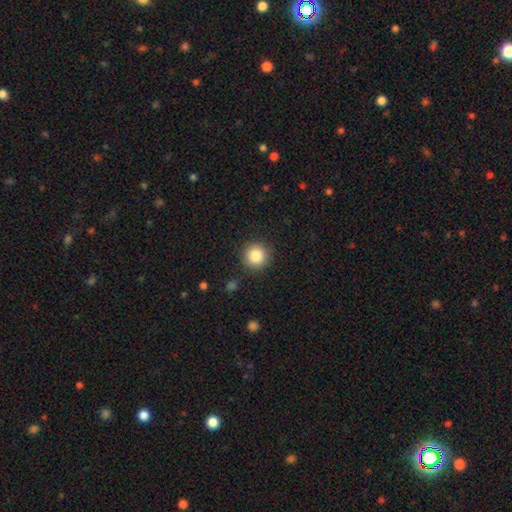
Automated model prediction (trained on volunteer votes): Smooth or featured?
  - smooth: 84% *
  - star or artifact: 10%
  - featured or disk: 6%
How rounded?
  - round: 95% *
  - in between: 4%
  - cigar-shaped: 1%
Merging?
  - none: 90% *
  - minor disturbance: 6%
  - major disturbance: 2%
  - merger: 1%